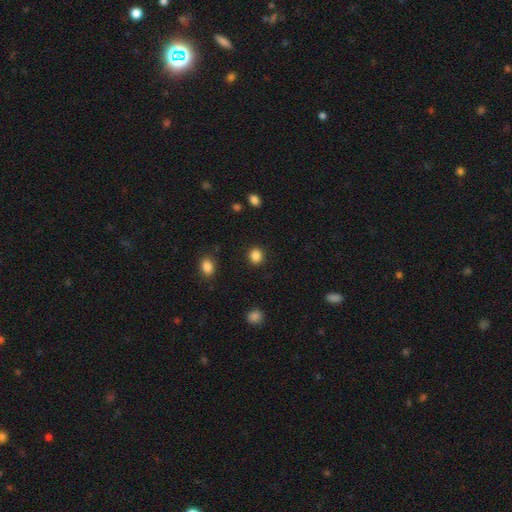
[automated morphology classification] The model was most divided on "how rounded": round: 82%, in between: 17%, cigar-shaped: 1%. More confident: merging — none (90%); smooth or featured — smooth (87%).